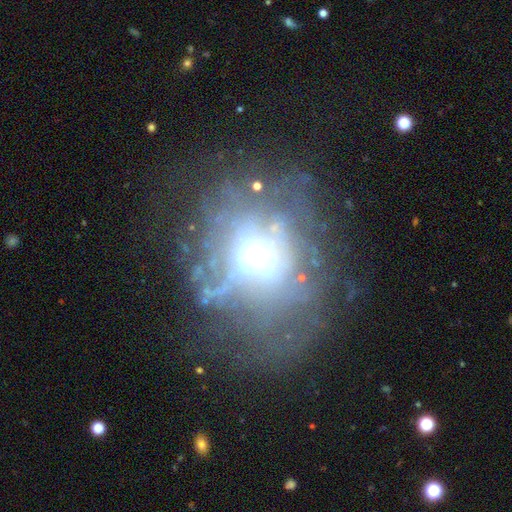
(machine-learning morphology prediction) smooth-or-featured: featured or disk: 60% | star or artifact: 21% | smooth: 19%
  disk-edge-on: no: 92% | yes: 8%
    bar: no: 67% | weak: 21% | strong: 12%
    has-spiral-arms: no: 70% | yes: 30%
    bulge-size: moderate: 39% | large: 38% | dominant: 13% | small: 8% | none: 3%
  merging: none: 44% | major disturbance: 32% | minor disturbance: 18% | merger: 6%